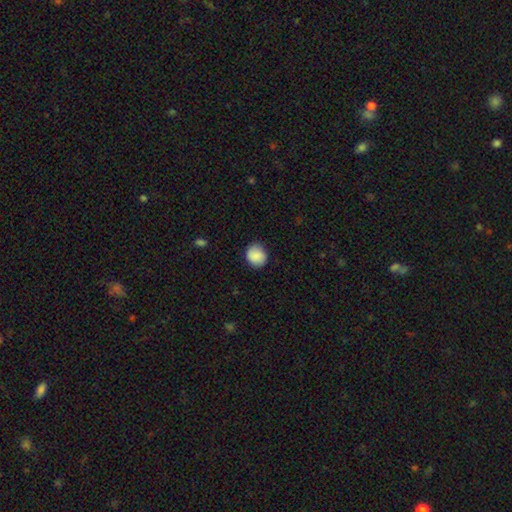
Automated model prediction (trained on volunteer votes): smooth_or_featured: smooth (p=0.88) [alt: star or artifact p=0.07]
how_rounded: round (p=0.80) [alt: in between p=0.19]
merging: none (p=0.85) [alt: minor disturbance p=0.11]